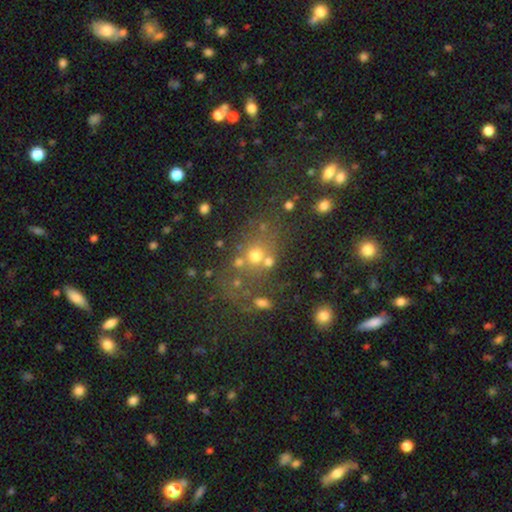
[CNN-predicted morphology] A smooth galaxy with no disk features (59%) that is round (67%). Merging: none (57%).